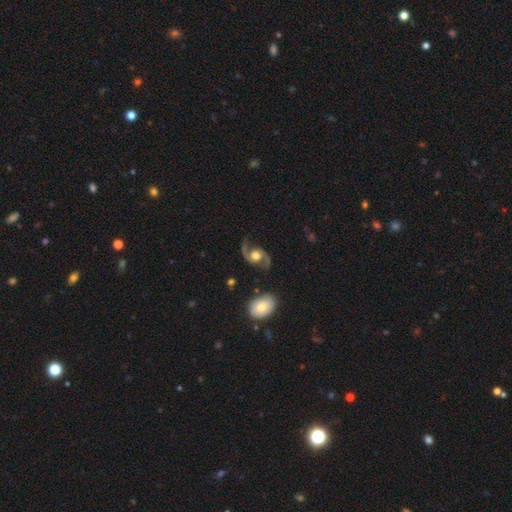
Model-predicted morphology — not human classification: type=featured or disk (89%); edge-on=no (97%); bar=no (66%); spiral arms=yes (97%); winding=loose (62%); arm count=2 (94%); bulge=moderate (58%); merging=none (76%).